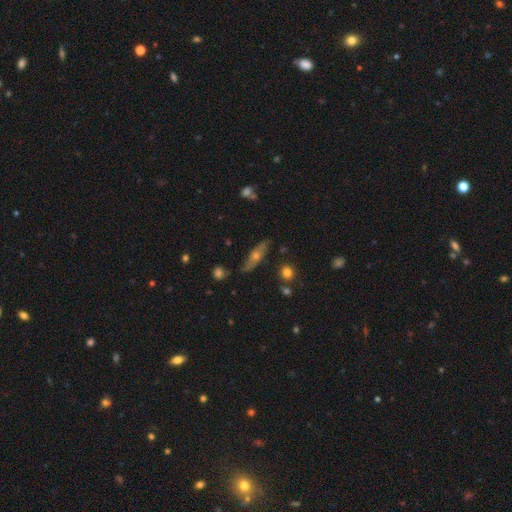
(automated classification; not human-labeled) Overall: featured or disk (56%; smooth 33%). Edge-on disk: yes (60%; no 40%). Merging: none (76%).